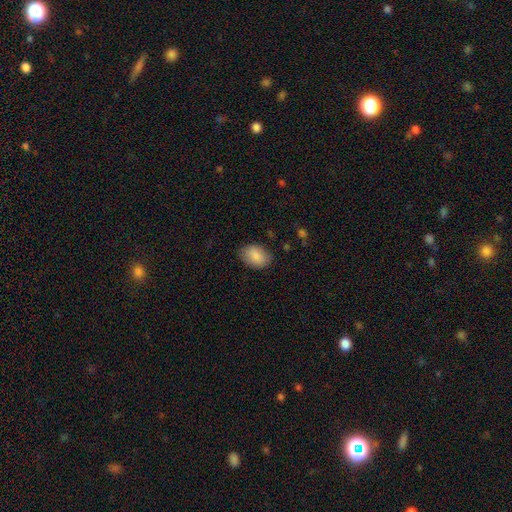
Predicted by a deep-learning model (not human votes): Smooth or featured? Predicted: smooth (p=0.87). How rounded? Predicted: in between (p=0.80). Merging? Predicted: none (p=0.81).